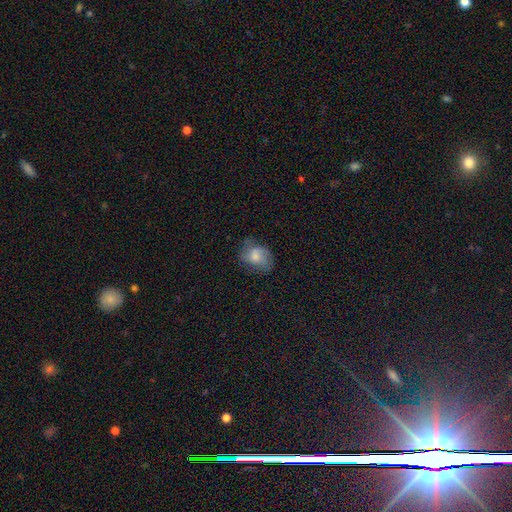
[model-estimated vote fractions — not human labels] Smooth or featured?
  - smooth: 57% *
  - featured or disk: 34%
  - star or artifact: 9%
How rounded?
  - in between: 64% *
  - round: 35%
  - cigar-shaped: 1%
Merging?
  - none: 55% *
  - minor disturbance: 28%
  - major disturbance: 15%
  - merger: 2%